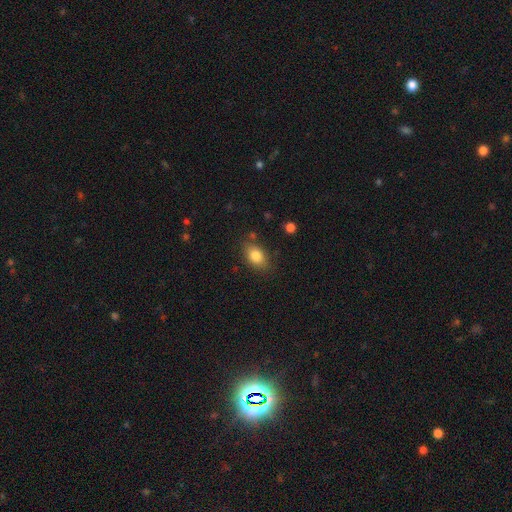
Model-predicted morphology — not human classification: Smooth or featured: smooth — 83% (featured or disk — 9%)
How rounded: in between — 81% (round — 17%)
Merging: none — 79% (minor disturbance — 15%)